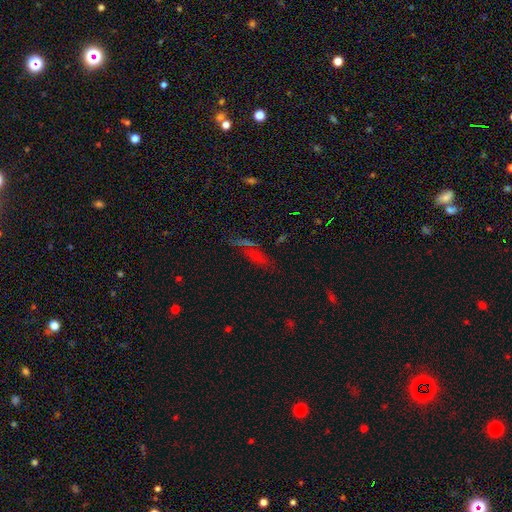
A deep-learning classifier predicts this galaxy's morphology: Smooth or featured? smooth (45%)
Merging? none (64%)